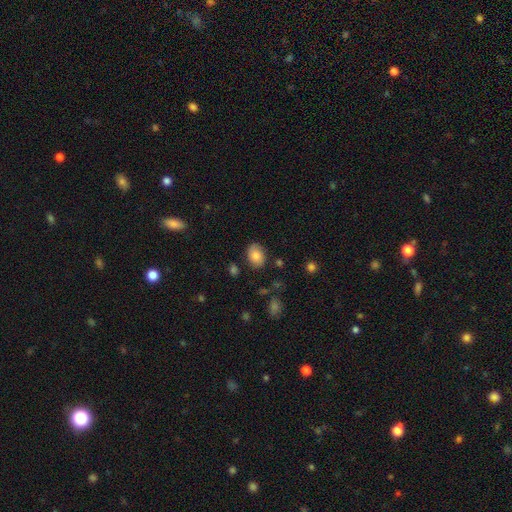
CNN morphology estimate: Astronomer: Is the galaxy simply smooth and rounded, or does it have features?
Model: smooth — 79%.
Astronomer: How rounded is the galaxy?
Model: in between — 76%.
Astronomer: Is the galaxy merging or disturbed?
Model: none — 78%.